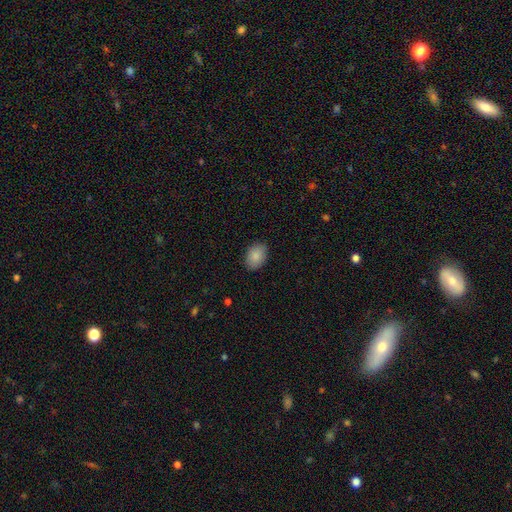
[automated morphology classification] Smooth or featured? smooth (88%)
How rounded? in between (85%)
Merging? none (88%)